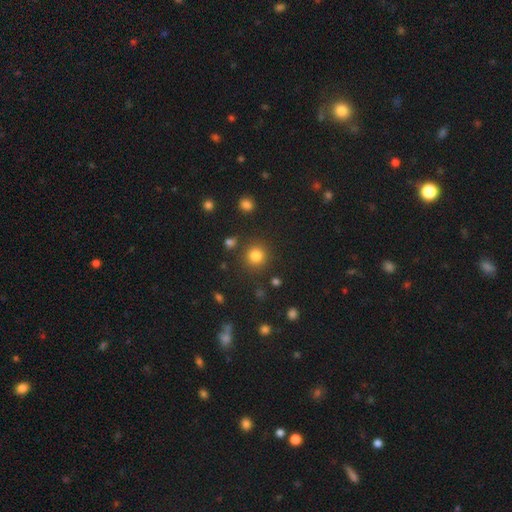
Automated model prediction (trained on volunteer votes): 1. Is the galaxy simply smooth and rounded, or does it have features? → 82% smooth, 13% star or artifact, 5% featured or disk.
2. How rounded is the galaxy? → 93% round, 6% in between, 1% cigar-shaped.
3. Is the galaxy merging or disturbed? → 86% none, 7% minor disturbance, 4% merger, 3% major disturbance.